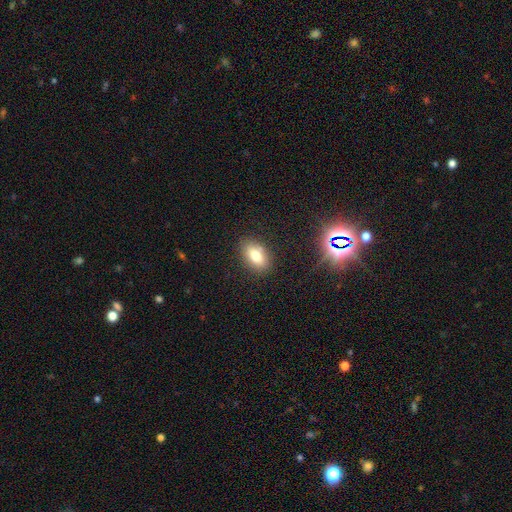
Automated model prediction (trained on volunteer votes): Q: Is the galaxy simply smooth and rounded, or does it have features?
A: smooth — 75%.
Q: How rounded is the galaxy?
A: in between — 87%.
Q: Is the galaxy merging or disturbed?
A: none — 84%.